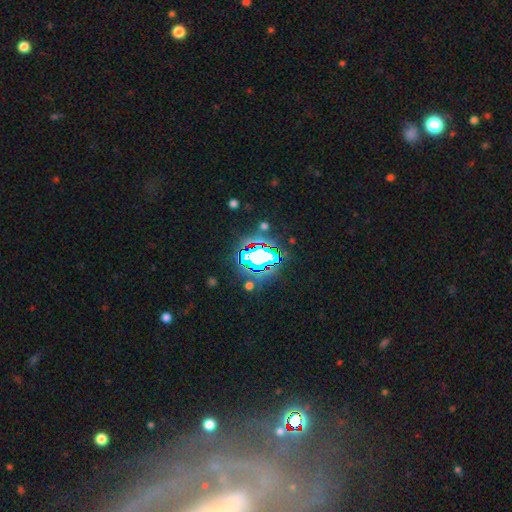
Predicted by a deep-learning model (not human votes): This is likely a star or artifact rather than a galaxy (68%).